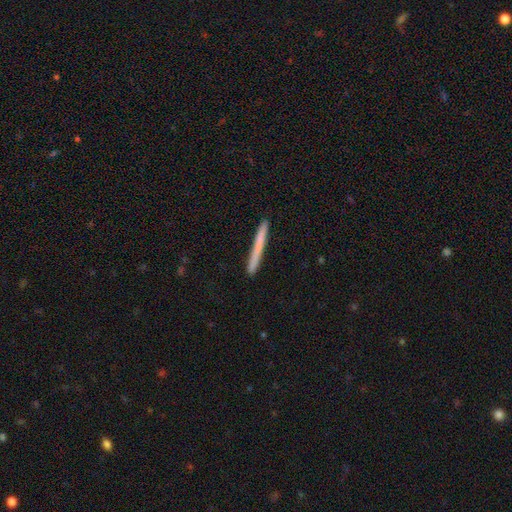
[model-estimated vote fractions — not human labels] Q: Smooth or featured?
A: smooth (68%); runner-up: featured or disk (26%)
Q: How rounded?
A: cigar-shaped (97%); runner-up: in between (2%)
Q: Merging?
A: none (89%); runner-up: minor disturbance (8%)